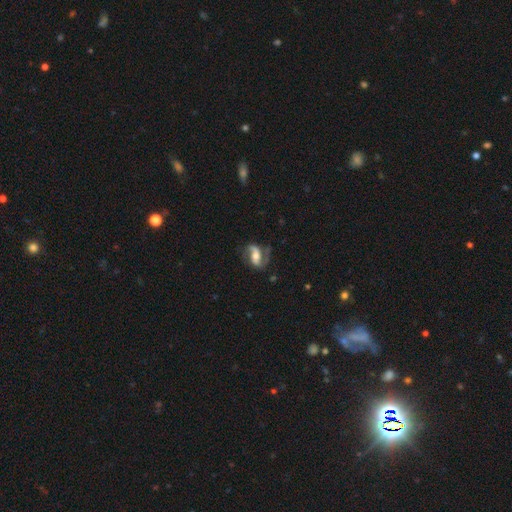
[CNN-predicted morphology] Smooth or featured? featured or disk (77%)
Edge-on disk? no (96%)
Bar? strong (38%)
Spiral arms? yes (92%)
Spiral winding? medium (45%)
Spiral arm count? 2 (84%)
Bulge size? moderate (45%)
Merging? none (62%)